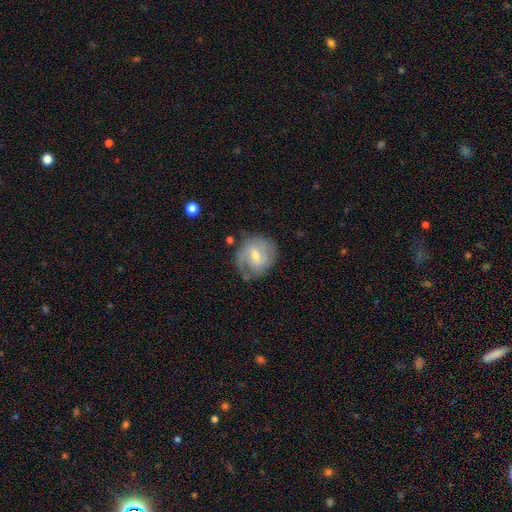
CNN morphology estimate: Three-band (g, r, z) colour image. It shows a featured or disk galaxy (73%) with a weak bar (54%), 2 (51%) tight (45%) spiral arms (89%) and a moderate central bulge (51%). Merging: none (69%).